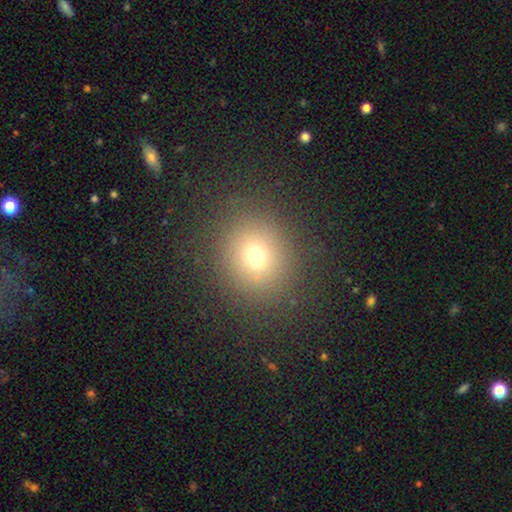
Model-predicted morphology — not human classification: type=smooth (71%); roundness=round (84%); merging=none (87%).